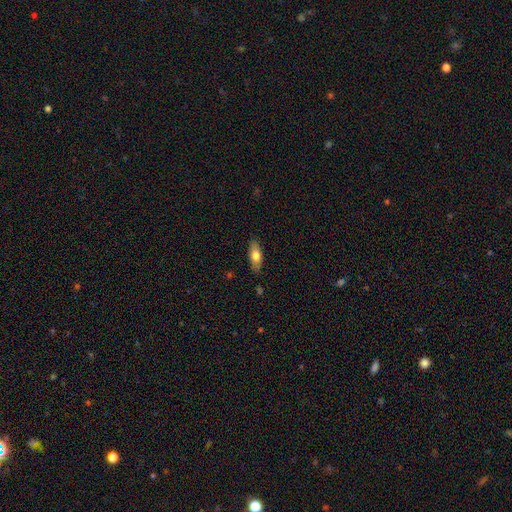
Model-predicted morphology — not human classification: smooth_or_featured: smooth (p=0.70) [alt: featured or disk p=0.24]
how_rounded: in between (p=0.72) [alt: cigar-shaped p=0.25]
merging: none (p=0.85) [alt: minor disturbance p=0.12]